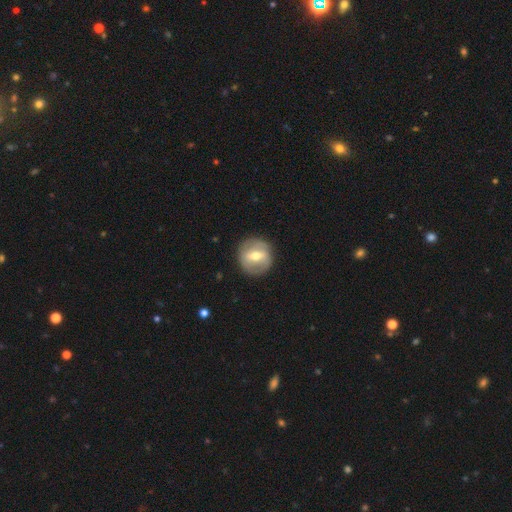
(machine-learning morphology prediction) This is possibly a featured or disk galaxy (59%). It is clearly not viewed edge-on (94%). Bar: marginally weak (43%). Spiral arm pattern: possibly no (50%, tied with yes). Central bulge: likely moderate (71%). Merging: clearly none (84%).